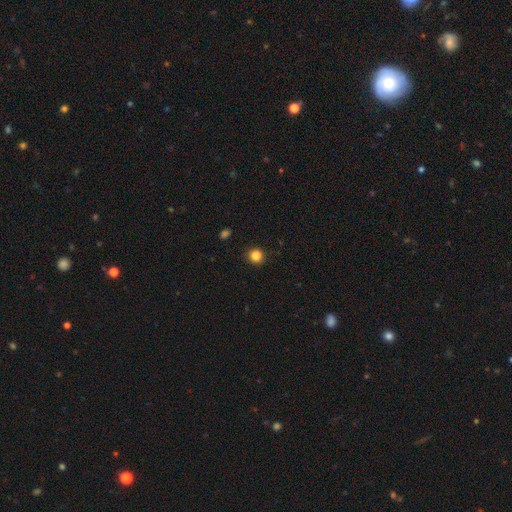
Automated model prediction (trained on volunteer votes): smooth_or_featured: smooth (p=0.85) [alt: star or artifact p=0.12]
how_rounded: round (p=0.93) [alt: in between p=0.06]
merging: none (p=0.91) [alt: minor disturbance p=0.06]